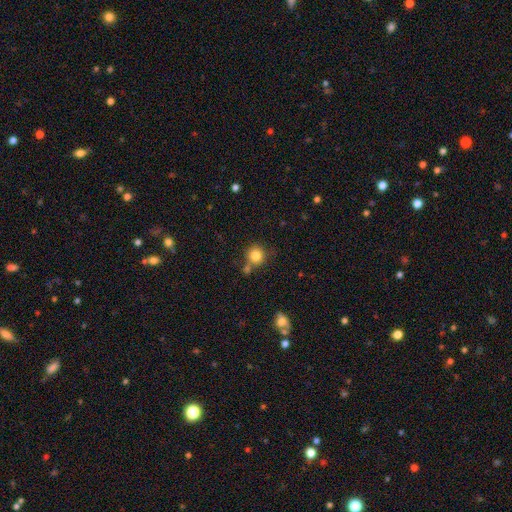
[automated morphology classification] Q: Smooth or featured?
A: smooth (82%); runner-up: star or artifact (11%)
Q: How rounded?
A: round (91%); runner-up: in between (8%)
Q: Merging?
A: none (66%); runner-up: merger (18%)